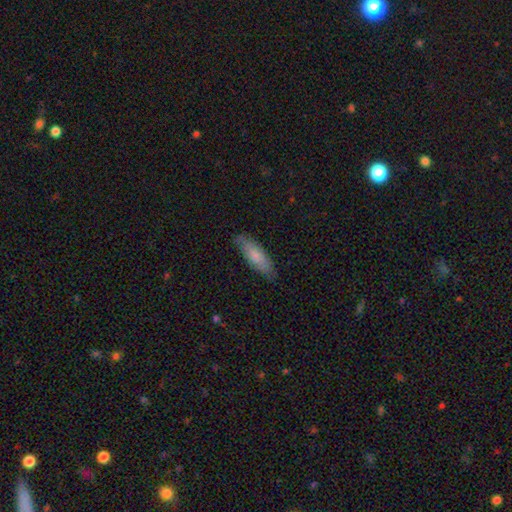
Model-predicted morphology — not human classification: smooth 75%, featured or disk 20%, star or artifact 6%. Down the decision tree: how rounded — in between (52%); merging — none (79%).